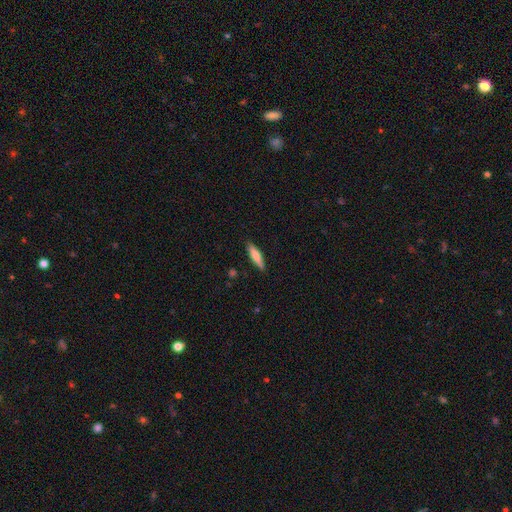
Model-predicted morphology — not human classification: smooth-or-featured: smooth: 71% | featured or disk: 23% | star or artifact: 6%
  how-rounded: cigar-shaped: 77% | in between: 22% | round: 2%
  merging: none: 87% | minor disturbance: 10% | major disturbance: 2% | merger: 1%